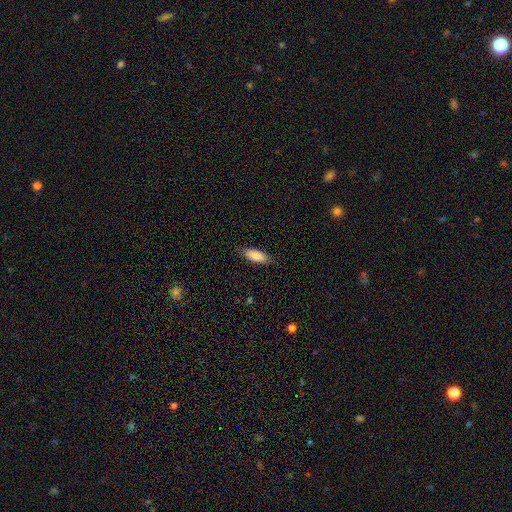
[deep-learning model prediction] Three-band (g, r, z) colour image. It shows a smooth galaxy with no disk features (86%) that is in between round and cigar-shaped (72%). Merging: none (83%).